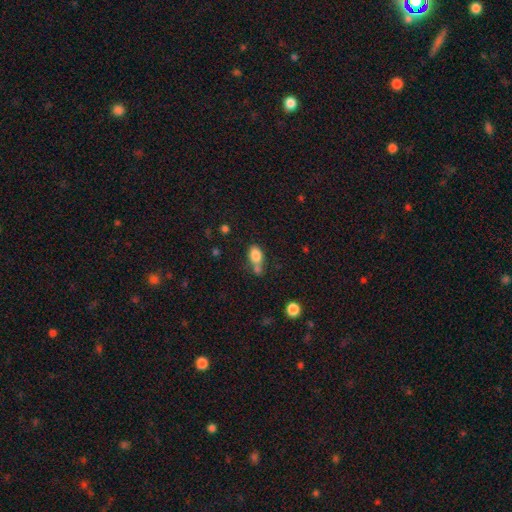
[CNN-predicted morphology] The model was most divided on "merging": none: 42%, merger: 32%, minor disturbance: 19%, major disturbance: 7%. More confident: how rounded — in between (84%); smooth or featured — smooth (81%).